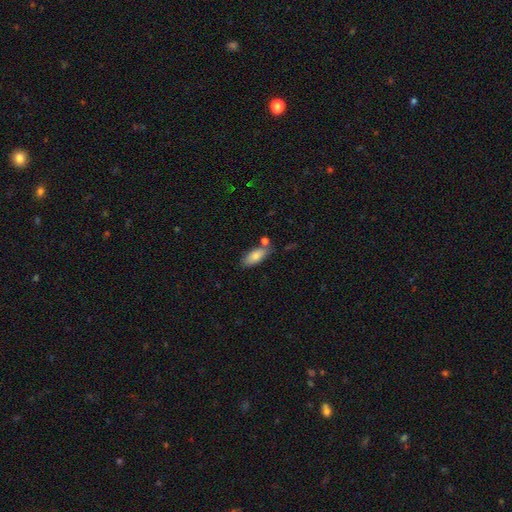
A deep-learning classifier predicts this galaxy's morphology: Smooth or featured: smooth — 81% (featured or disk — 12%)
How rounded: in between — 82% (cigar-shaped — 15%)
Merging: none — 67% (minor disturbance — 16%)